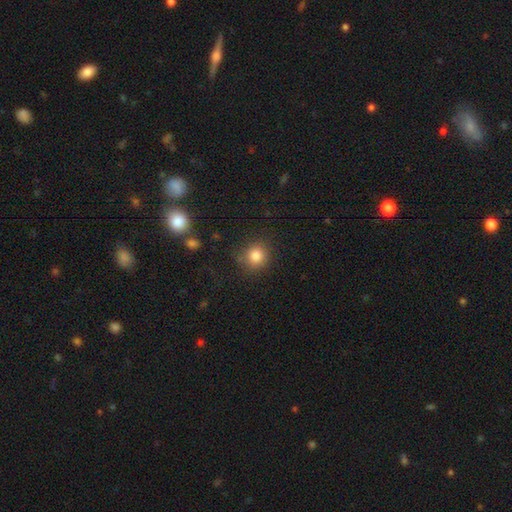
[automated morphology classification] type=smooth (83%); roundness=round (86%); merging=none (84%).